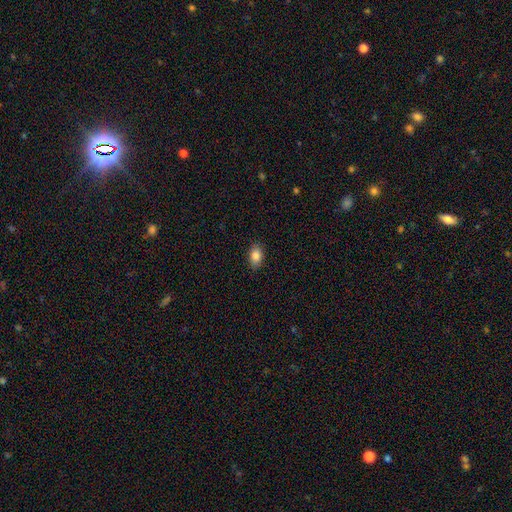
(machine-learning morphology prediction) This is clearly a smooth galaxy (85%). How rounded: clearly in between (87%). Merging: clearly none (87%).